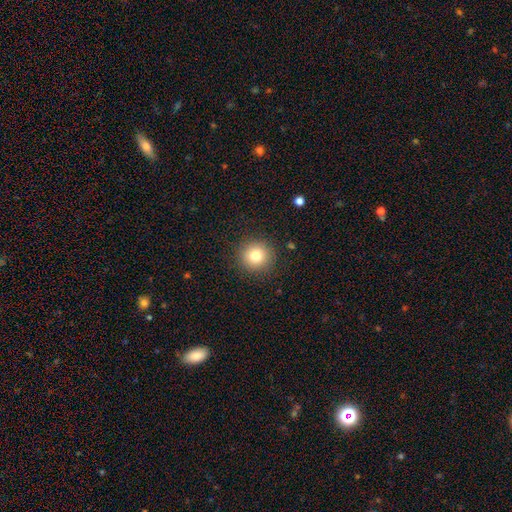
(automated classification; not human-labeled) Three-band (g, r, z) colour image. It shows a smooth galaxy with no disk features (78%) that is round (94%). Merging: none (90%).